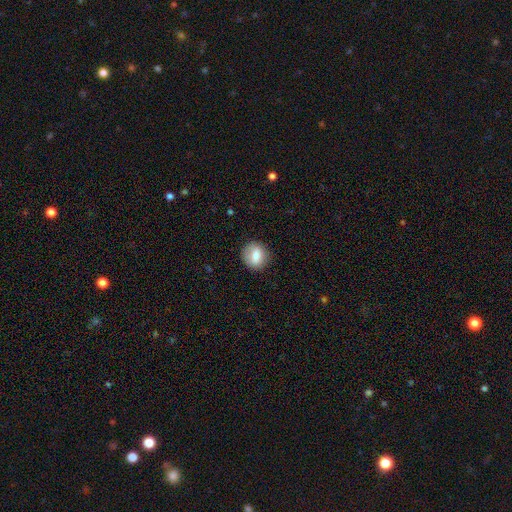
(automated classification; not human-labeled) Morphology: type=smooth (79%); roundness=round (78%); merging=none (86%).